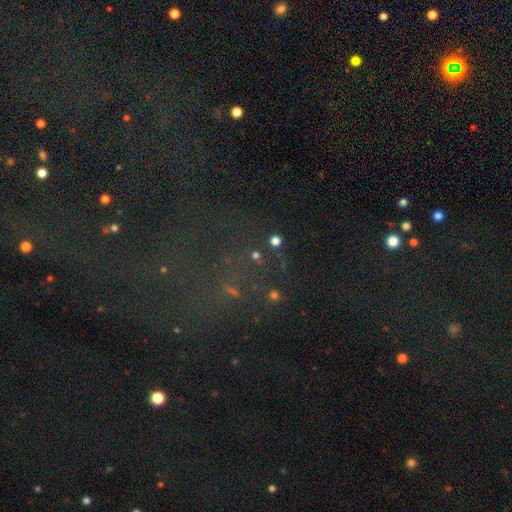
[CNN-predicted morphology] The model was most divided on "smooth or featured": star or artifact: 60%, smooth: 24%, featured or disk: 16%.